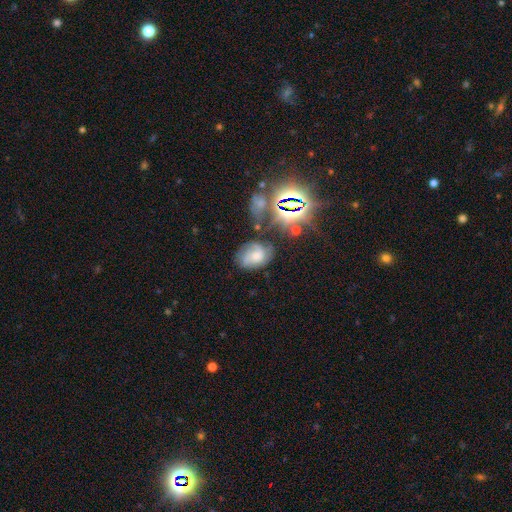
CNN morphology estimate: A featured or disk galaxy (55%) with no bar (70%), spiral arms (85%) and a moderate central bulge (43%). Merging: none (56%).